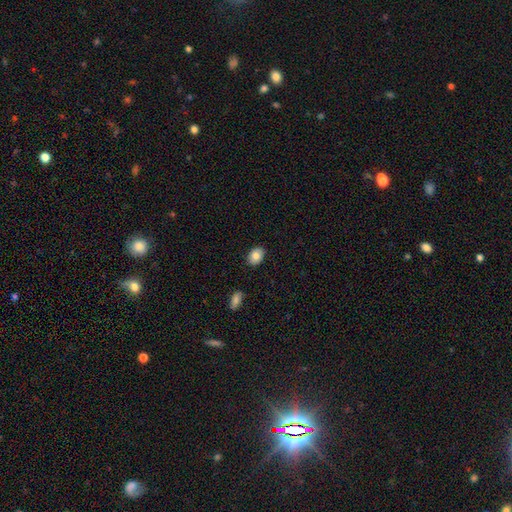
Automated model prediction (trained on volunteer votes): Smooth or featured?
  - smooth: 83% *
  - featured or disk: 10%
  - star or artifact: 8%
How rounded?
  - in between: 80% *
  - round: 19%
  - cigar-shaped: 1%
Merging?
  - none: 86% *
  - minor disturbance: 11%
  - major disturbance: 2%
  - merger: 1%